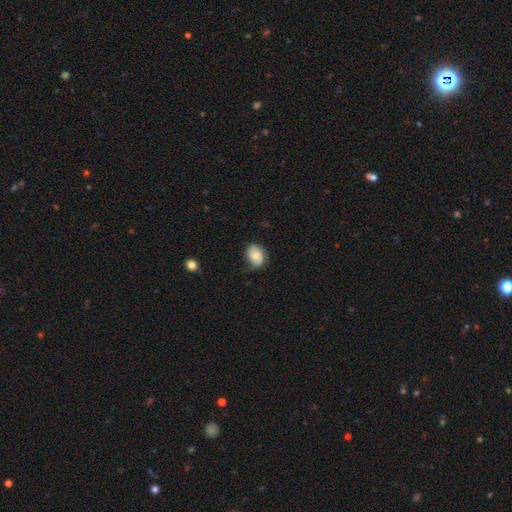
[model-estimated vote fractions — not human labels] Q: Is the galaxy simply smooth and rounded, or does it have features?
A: smooth — 74%.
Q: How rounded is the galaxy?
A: in between — 71%.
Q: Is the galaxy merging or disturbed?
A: none — 50%.